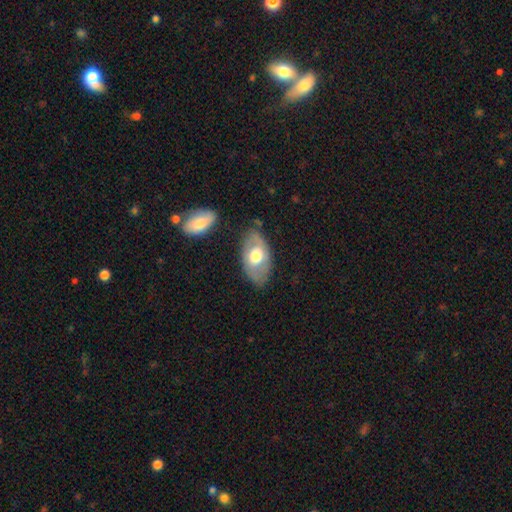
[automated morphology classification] The model was most divided on "smooth or featured": smooth: 52%, featured or disk: 43%, star or artifact: 6%. More confident: how rounded — in between (92%); merging — none (72%).